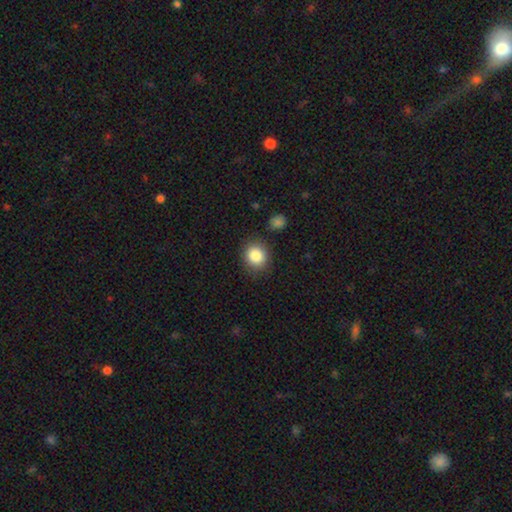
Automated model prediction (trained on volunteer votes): Smooth or featured?
  - smooth: 86% *
  - star or artifact: 9%
  - featured or disk: 5%
How rounded?
  - round: 77% *
  - in between: 22%
  - cigar-shaped: 1%
Merging?
  - none: 84% *
  - minor disturbance: 10%
  - major disturbance: 3%
  - merger: 3%